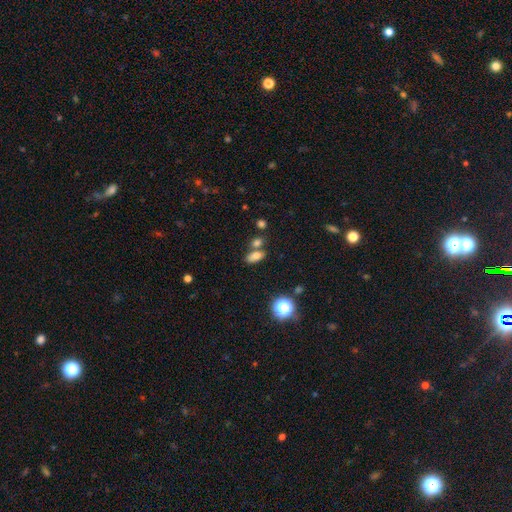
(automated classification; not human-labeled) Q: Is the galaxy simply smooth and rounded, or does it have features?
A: smooth — 74%.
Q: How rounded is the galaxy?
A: in between — 81%.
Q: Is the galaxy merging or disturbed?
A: none — 56%.